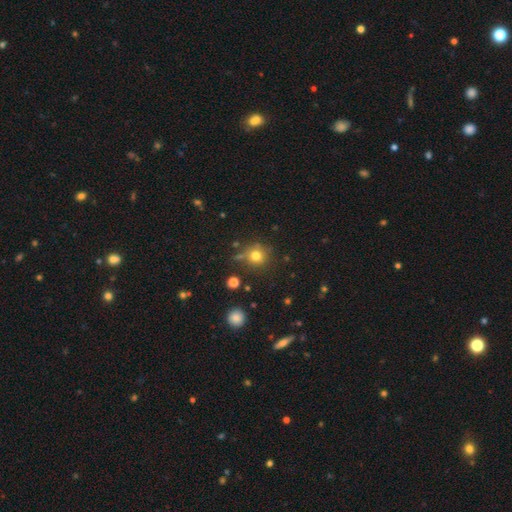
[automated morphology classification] smooth_or_featured: smooth (p=0.75) [alt: star or artifact p=0.16]
how_rounded: round (p=0.92) [alt: in between p=0.07]
merging: none (p=0.77) [alt: minor disturbance p=0.12]